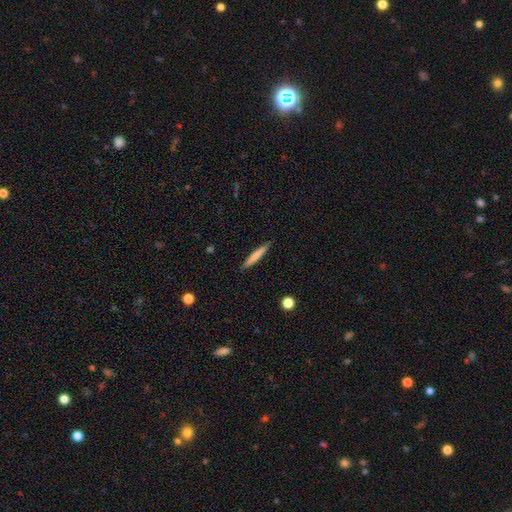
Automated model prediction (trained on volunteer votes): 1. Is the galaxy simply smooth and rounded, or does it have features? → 71% smooth, 23% featured or disk, 6% star or artifact.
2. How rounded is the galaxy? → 95% cigar-shaped, 3% in between, 1% round.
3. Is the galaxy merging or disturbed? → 89% none, 8% minor disturbance, 2% major disturbance, 1% merger.